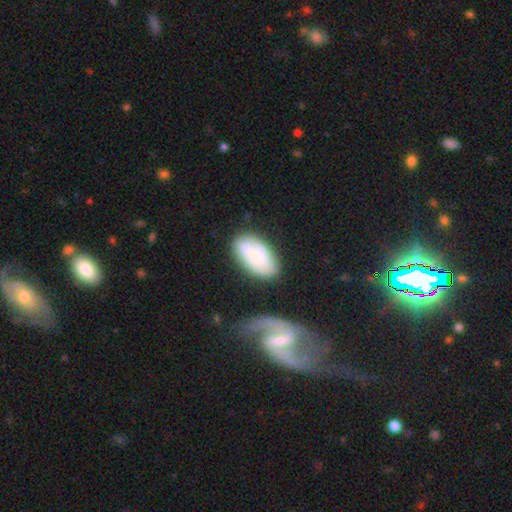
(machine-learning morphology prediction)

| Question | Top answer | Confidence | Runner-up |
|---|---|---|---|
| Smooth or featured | smooth | 57% | featured or disk (35%) |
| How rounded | in between | 94% | round (4%) |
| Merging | none | 63% | minor disturbance (20%) |